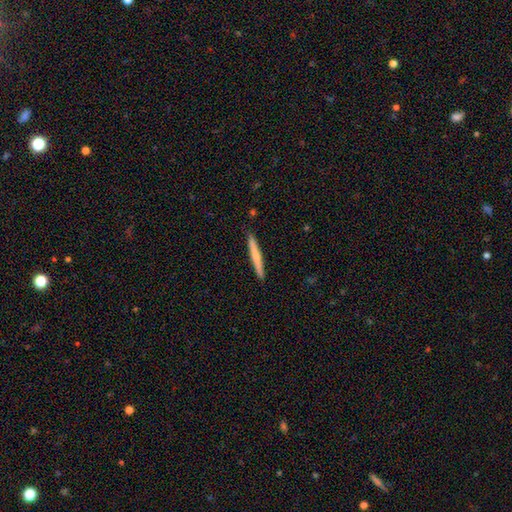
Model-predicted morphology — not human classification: Overall: smooth (59%; featured or disk 36%). How rounded: cigar-shaped (96%). Merging: none (91%).